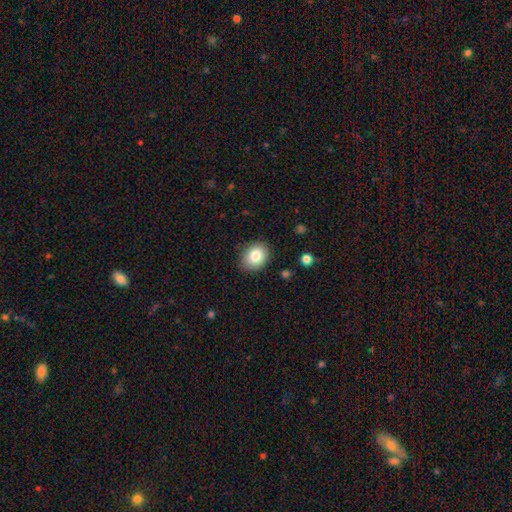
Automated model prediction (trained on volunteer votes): smooth 83%, featured or disk 9%, star or artifact 9%. Down the decision tree: how rounded — in between (57%); merging — none (86%).